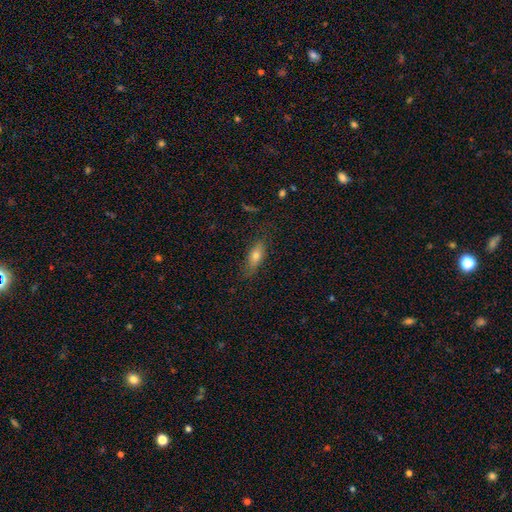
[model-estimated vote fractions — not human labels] Smooth or featured?
  - smooth: 69% *
  - featured or disk: 22%
  - star or artifact: 9%
How rounded?
  - in between: 62% *
  - cigar-shaped: 34%
  - round: 3%
Merging?
  - none: 77% *
  - minor disturbance: 17%
  - major disturbance: 4%
  - merger: 1%